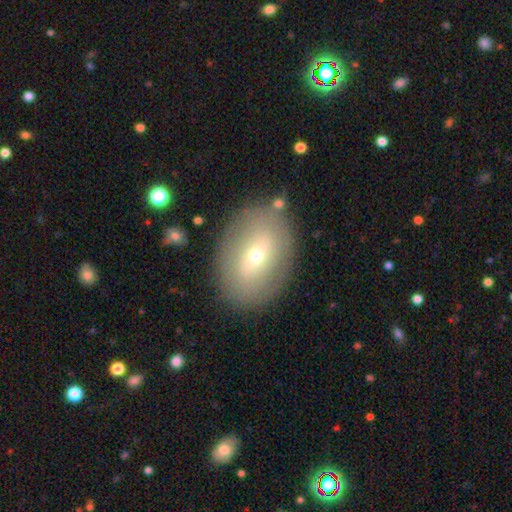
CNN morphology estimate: This appears to be a smooth galaxy with no disk features (51%) that is in between round and cigar-shaped (79%). Merging: none (83%).